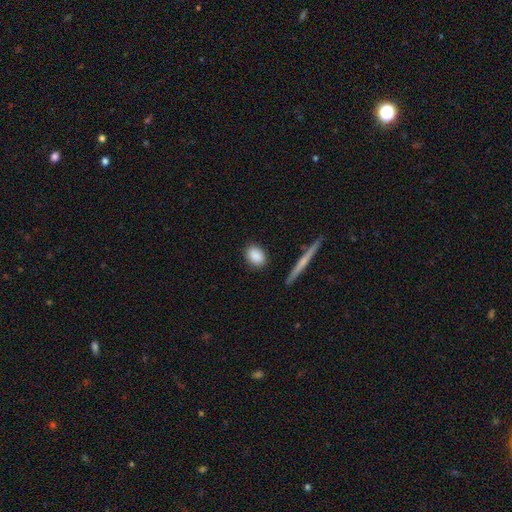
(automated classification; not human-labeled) smooth_or_featured: smooth (p=0.87) [alt: star or artifact p=0.07]
how_rounded: in between (p=0.67) [alt: round p=0.28]
merging: none (p=0.86) [alt: minor disturbance p=0.09]